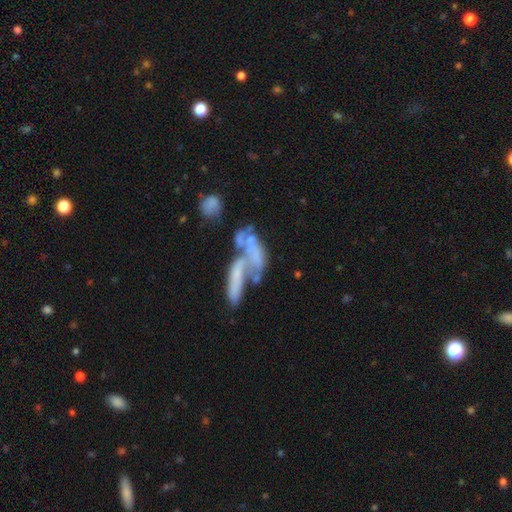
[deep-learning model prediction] This appears to be a featured or disk galaxy (52%). Merging: merger (58%).